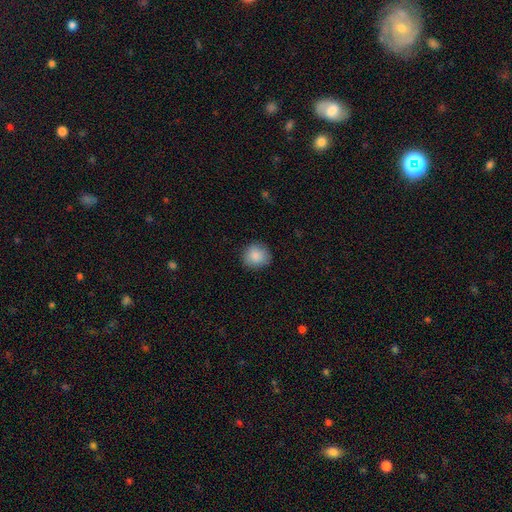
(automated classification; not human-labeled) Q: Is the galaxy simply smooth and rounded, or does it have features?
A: smooth — 88%.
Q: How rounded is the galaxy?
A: round — 88%.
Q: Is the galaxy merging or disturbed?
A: none — 87%.